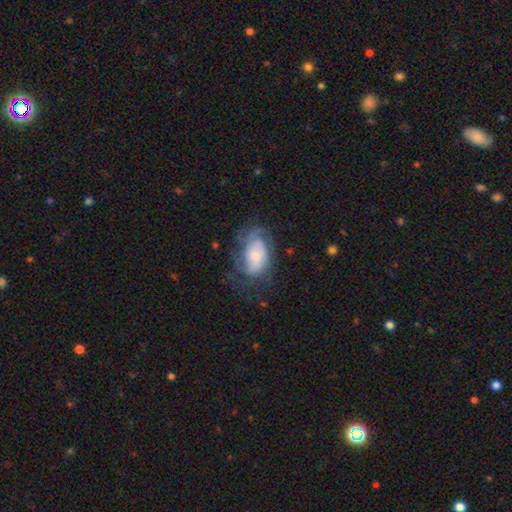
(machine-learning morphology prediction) Overall: featured or disk (62%; smooth 30%). Edge-on disk: no (96%). Bar: no (72%). Spiral arms: yes (80%). Bulge size: small (45%; moderate 39%). Merging: none (50%; minor disturbance 25%).